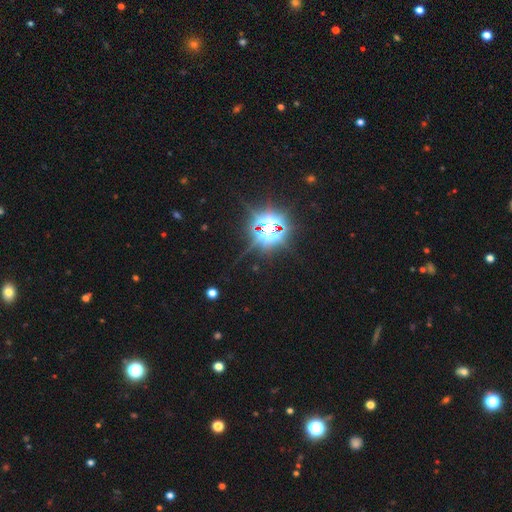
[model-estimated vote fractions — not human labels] This appears to be a star or artifact, not a galaxy (81%).